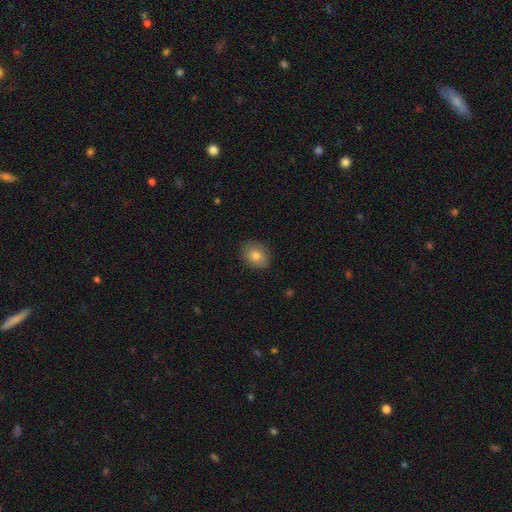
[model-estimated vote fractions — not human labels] smooth 83%, star or artifact 9%, featured or disk 8%. Down the decision tree: how rounded — in between (50%); merging — none (86%).